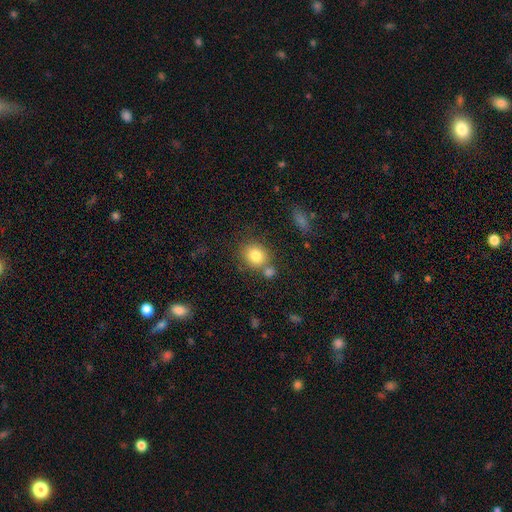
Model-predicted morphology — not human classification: This appears to be a smooth galaxy with no disk features (81%) that is round (77%). Merging: none (65%).